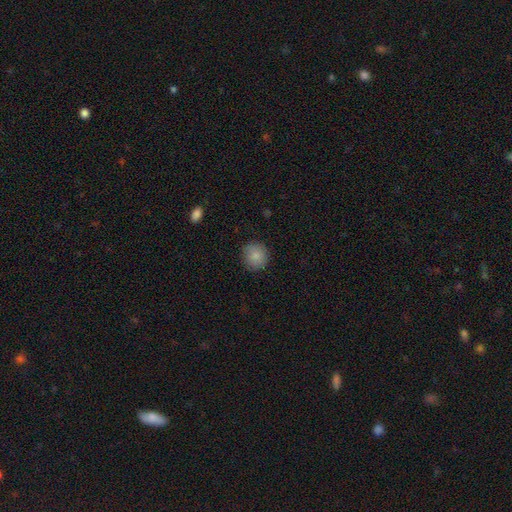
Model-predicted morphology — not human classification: smooth 86%, star or artifact 8%, featured or disk 6%. Down the decision tree: how rounded — round (90%); merging — none (86%).